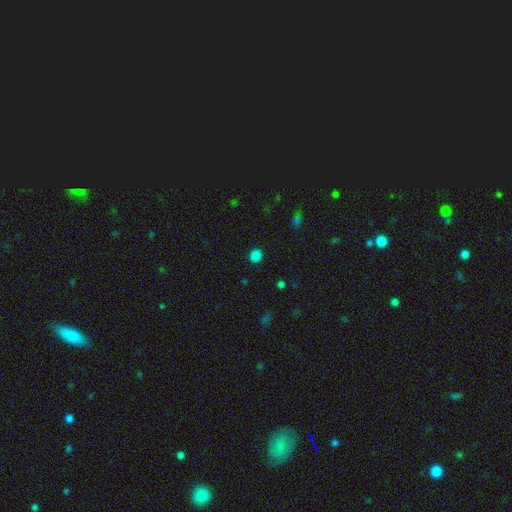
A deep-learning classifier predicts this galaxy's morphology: smooth-or-featured: smooth: 83% | star or artifact: 14% | featured or disk: 3%
  how-rounded: round: 87% | in between: 12% | cigar-shaped: 1%
  merging: none: 91% | minor disturbance: 6% | major disturbance: 2% | merger: 1%